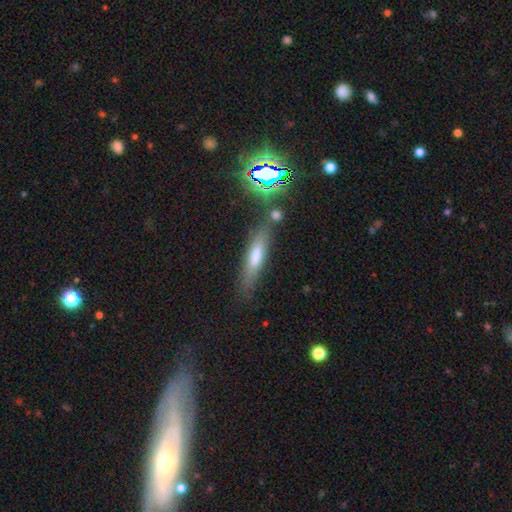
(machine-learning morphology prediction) This is possibly a smooth galaxy (58%). How rounded: likely cigar-shaped (80%). Merging: likely none (73%).